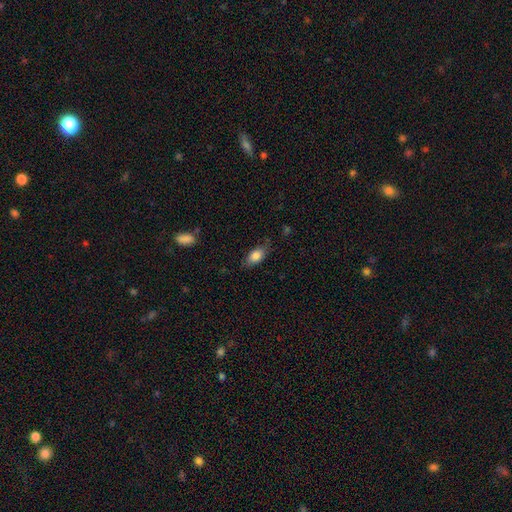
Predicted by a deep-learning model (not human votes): Smooth or featured: smooth — 82% (featured or disk — 10%)
How rounded: in between — 88% (cigar-shaped — 8%)
Merging: none — 74% (minor disturbance — 19%)